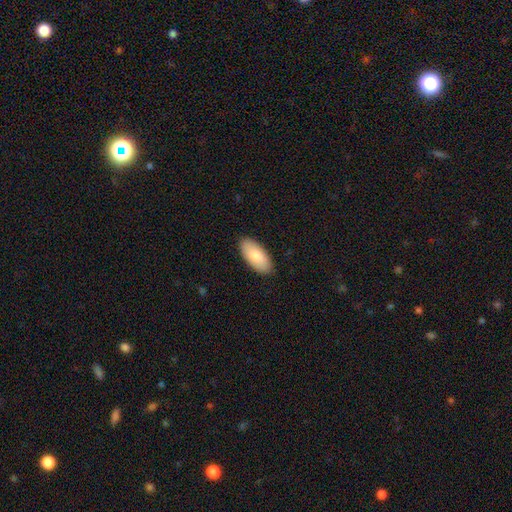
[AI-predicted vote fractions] A smooth galaxy with no disk features (84%) that is in between round and cigar-shaped (92%). Merging: none (89%).